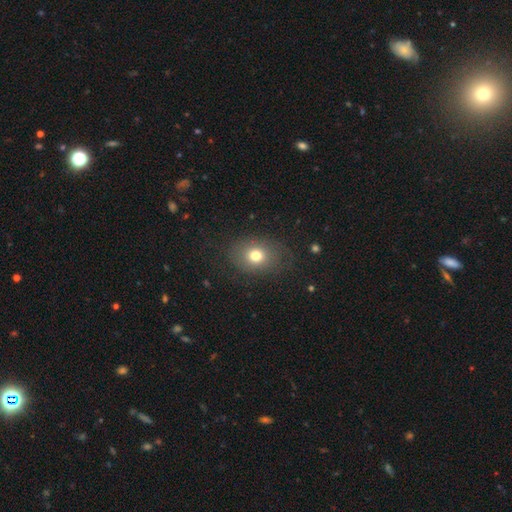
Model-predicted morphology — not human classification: A smooth galaxy with no disk features (74%) that is in between round and cigar-shaped (54%). Merging: none (76%).